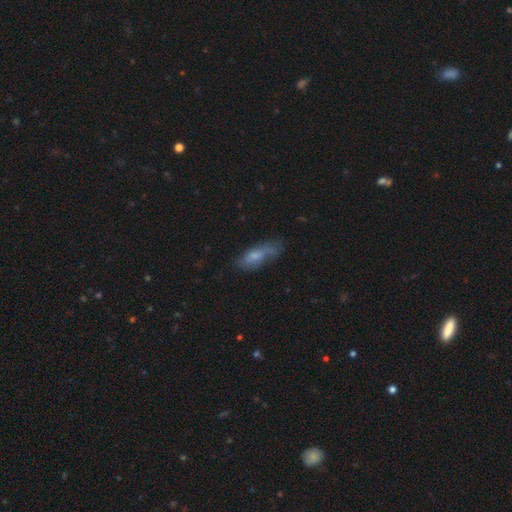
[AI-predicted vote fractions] Smooth or featured? Predicted: smooth (p=0.66). How rounded? Predicted: in between (p=0.63). Merging? Predicted: none (p=0.52).